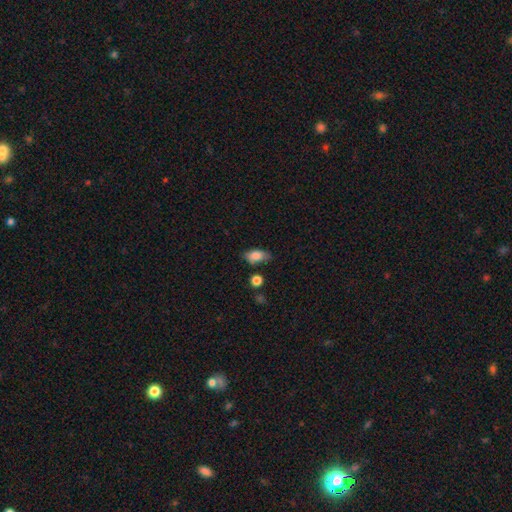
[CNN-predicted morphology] This appears to be a smooth galaxy with no disk features (81%) that is in between round and cigar-shaped (86%). Merging: none (68%).